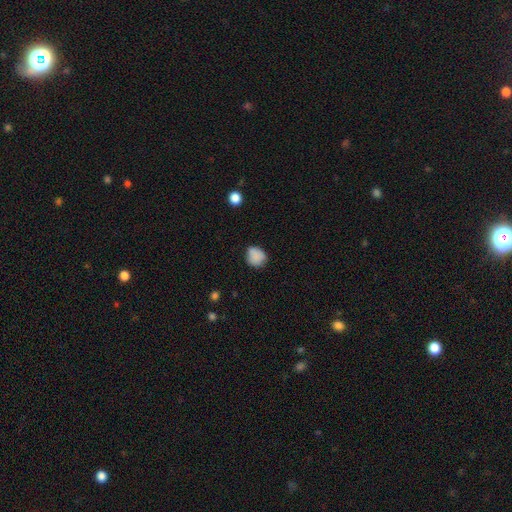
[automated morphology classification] Overall: smooth (85%). How rounded: round (72%). Merging: none (71%).